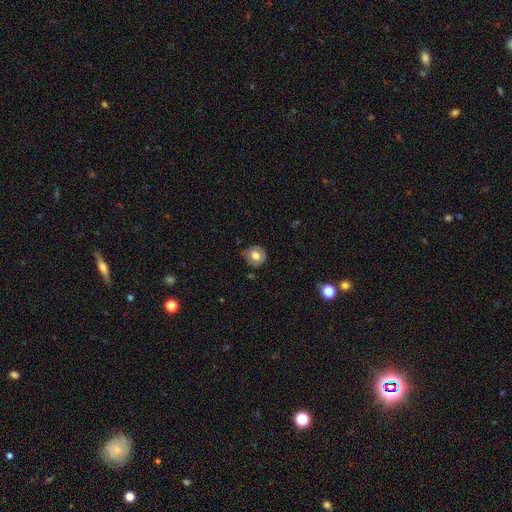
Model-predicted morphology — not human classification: Smooth or featured: smooth — 70% (featured or disk — 21%)
How rounded: round — 86% (in between — 13%)
Merging: none — 73% (minor disturbance — 20%)